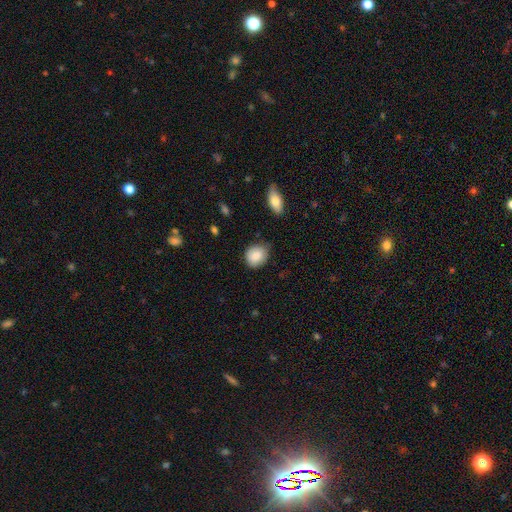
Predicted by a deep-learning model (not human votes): Smooth or featured? Predicted: smooth (p=0.87). How rounded? Predicted: round (p=0.68). Merging? Predicted: none (p=0.73).